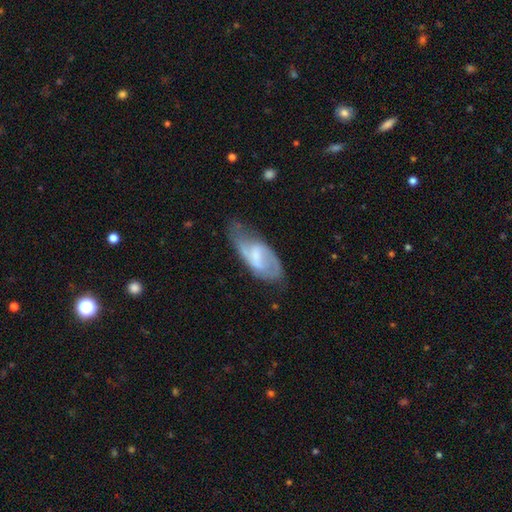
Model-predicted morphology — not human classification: The model was most divided on "bulge size": small: 43%, moderate: 31%, none: 20%, large: 5%, dominant: 1%. Remaining: edge-on disk — no (91%); spiral arms — yes (83%); smooth or featured — featured or disk (66%); bar — weak (51%); merging — none (49%).